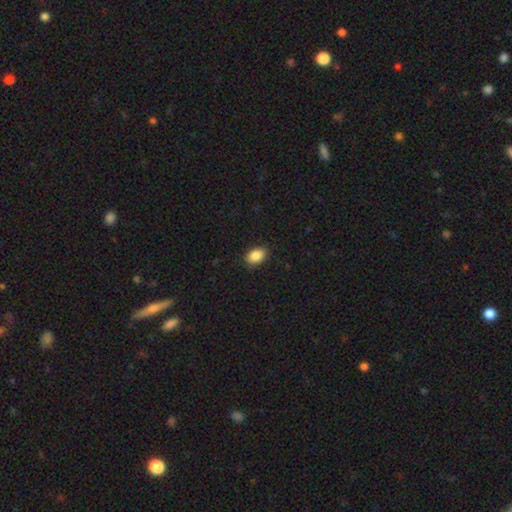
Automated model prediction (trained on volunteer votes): This is clearly a smooth galaxy (88%). How rounded: clearly in between (84%). Merging: clearly none (87%).